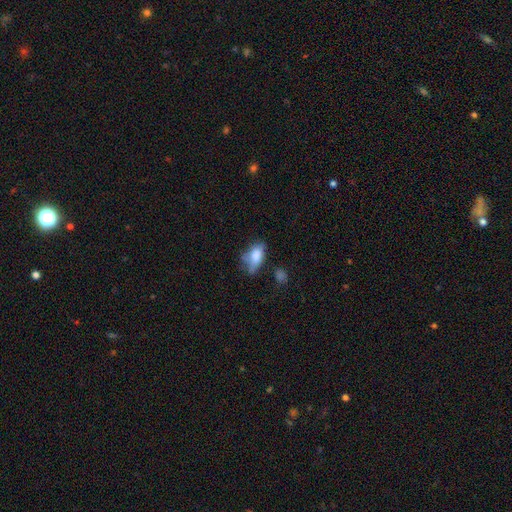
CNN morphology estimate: Smooth or featured? smooth (73%)
How rounded? in between (88%)
Merging? none (41%)